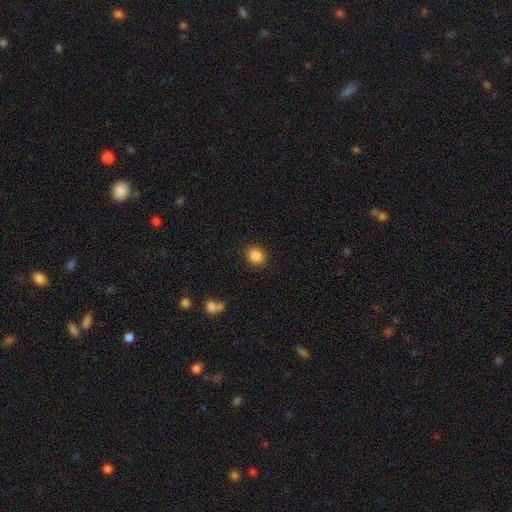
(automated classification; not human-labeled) Smooth or featured? Predicted: smooth (p=0.86). How rounded? Predicted: round (p=0.61). Merging? Predicted: none (p=0.87).